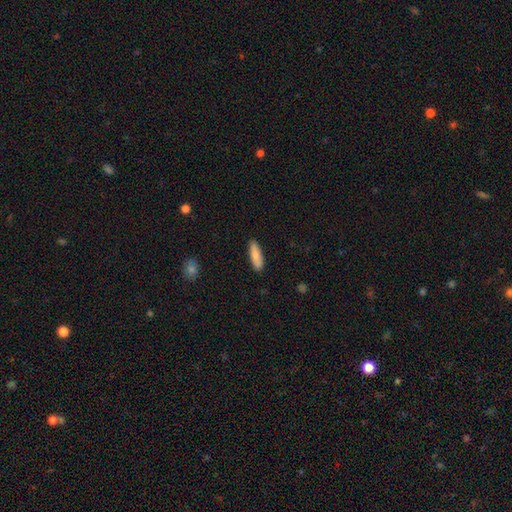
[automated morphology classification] A smooth galaxy with no disk features (84%) that is cigar-shaped (57%).

Vote fractions:
- Smooth or featured? smooth: 84% / featured or disk: 10% / star or artifact: 6%
- How rounded? cigar-shaped: 57% / in between: 42% / round: 2%
- Merging? none: 86% / minor disturbance: 11% / major disturbance: 2% / merger: 1%